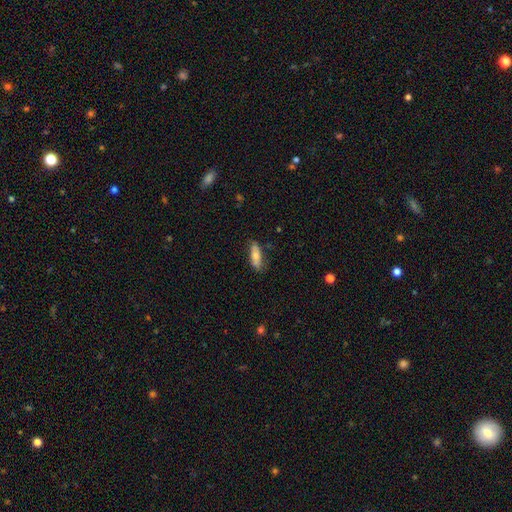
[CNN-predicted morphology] A smooth galaxy with no disk features (71%) that is in between round and cigar-shaped (55%). Merging: none (77%).